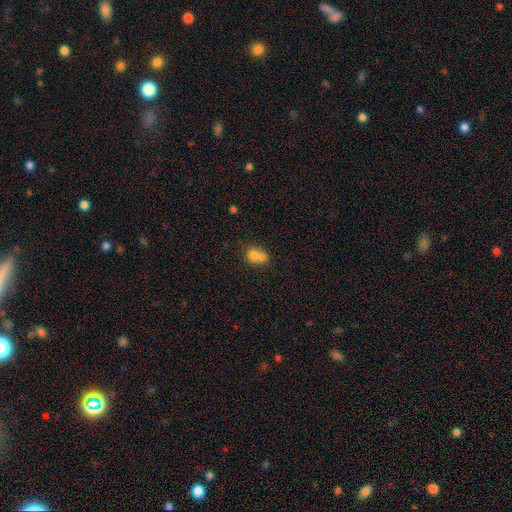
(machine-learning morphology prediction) This is likely a smooth galaxy (73%). How rounded: likely round (66%). Merging: likely merger (64%).